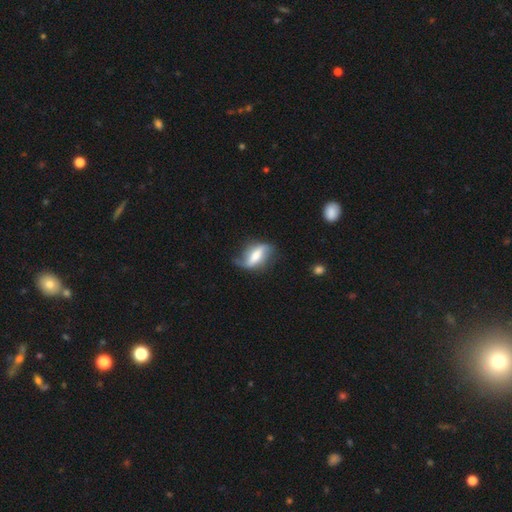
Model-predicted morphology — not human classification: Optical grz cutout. It shows a featured or disk galaxy (59%). Merging: none (52%).